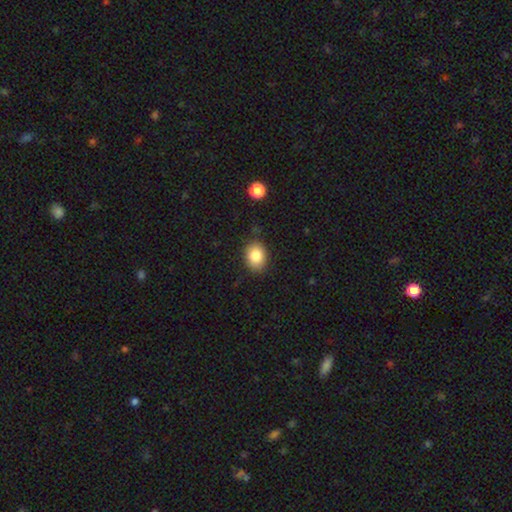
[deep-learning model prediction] This appears to be a smooth galaxy with no disk features (84%) that is in between round and cigar-shaped (63%). Merging: none (84%).